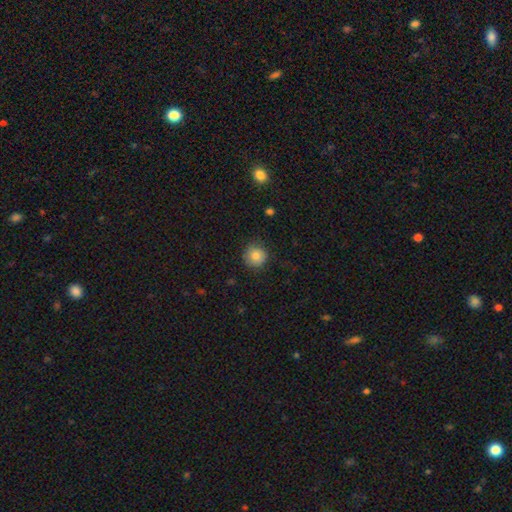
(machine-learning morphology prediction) smooth-or-featured: smooth: 81% | featured or disk: 10% | star or artifact: 10%
  how-rounded: round: 93% | in between: 6% | cigar-shaped: 1%
  merging: none: 82% | minor disturbance: 14% | major disturbance: 3% | merger: 1%